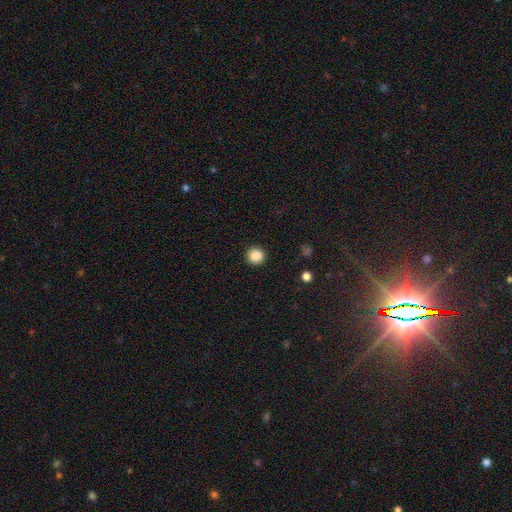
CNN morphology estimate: smooth-or-featured: smooth: 87% | star or artifact: 10% | featured or disk: 3%
  how-rounded: round: 95% | in between: 4% | cigar-shaped: 1%
  merging: none: 93% | minor disturbance: 5% | major disturbance: 2% | merger: 1%